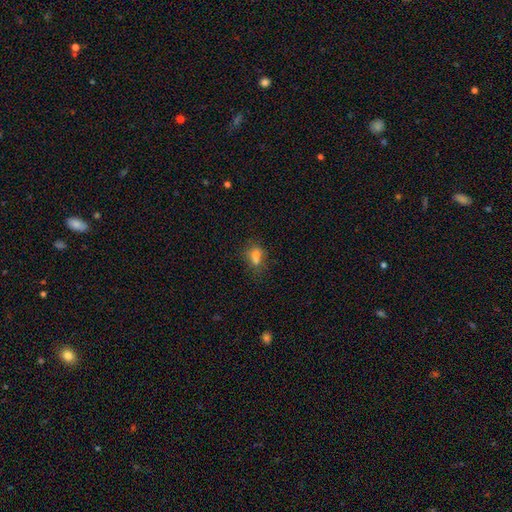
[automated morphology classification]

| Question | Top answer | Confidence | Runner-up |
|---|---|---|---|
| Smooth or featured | smooth | 71% | star or artifact (16%) |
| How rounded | in between | 51% | round (46%) |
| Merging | none | 45% | merger (32%) |